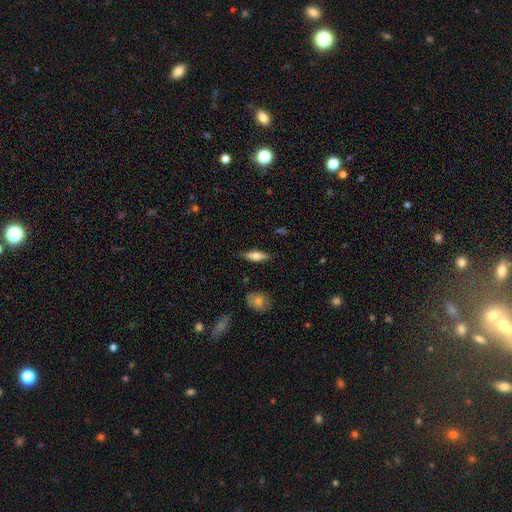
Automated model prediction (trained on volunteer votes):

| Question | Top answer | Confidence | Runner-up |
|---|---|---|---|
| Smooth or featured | smooth | 66% | featured or disk (28%) |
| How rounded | in between | 56% | cigar-shaped (42%) |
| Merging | none | 85% | minor disturbance (11%) |